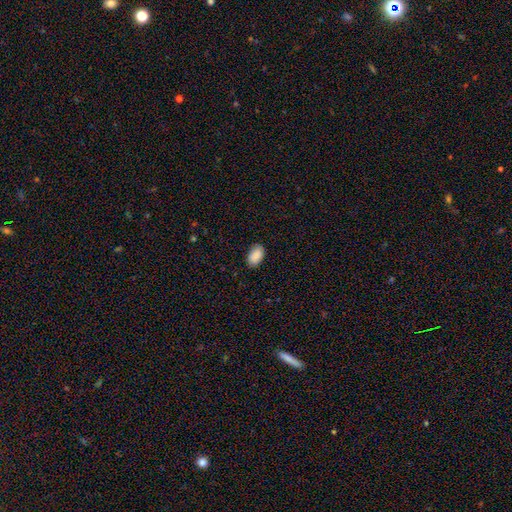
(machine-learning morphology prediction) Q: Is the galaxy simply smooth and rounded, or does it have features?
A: smooth — 90%.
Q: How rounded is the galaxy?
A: in between — 93%.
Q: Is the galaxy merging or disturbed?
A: none — 86%.